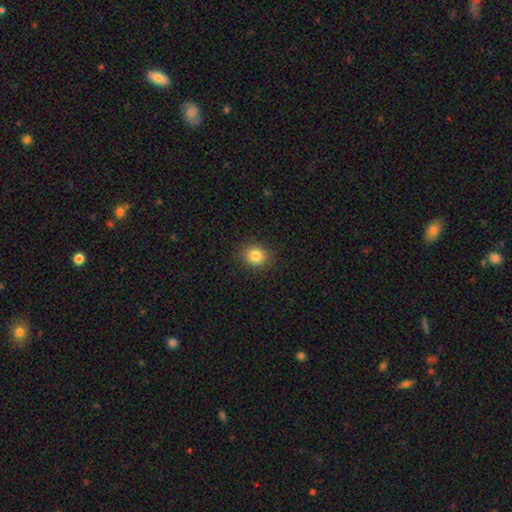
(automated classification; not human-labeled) This is clearly a smooth galaxy (84%). How rounded: likely round (71%). Merging: clearly none (89%).